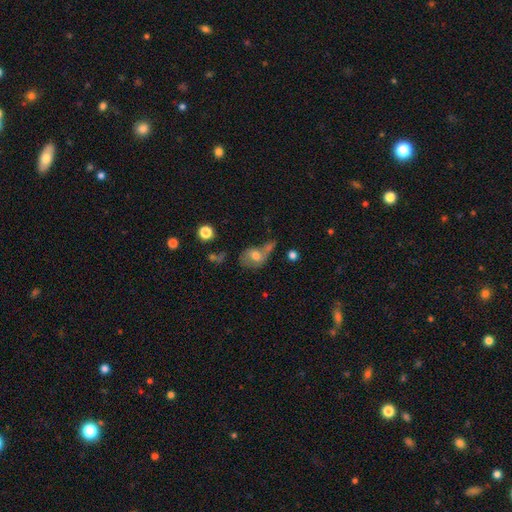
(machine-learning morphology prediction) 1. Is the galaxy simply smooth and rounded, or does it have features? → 63% smooth, 27% featured or disk, 11% star or artifact.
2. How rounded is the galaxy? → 59% in between, 39% round, 2% cigar-shaped.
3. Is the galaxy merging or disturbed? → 38% merger, 29% none, 17% minor disturbance, 16% major disturbance.